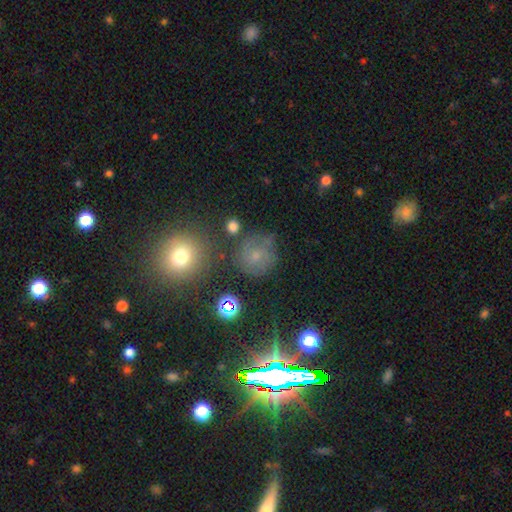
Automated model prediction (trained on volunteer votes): Smooth or featured? smooth (38%)
Merging? none (66%)